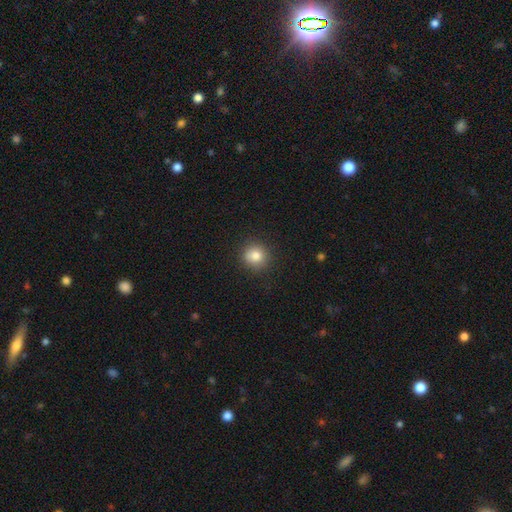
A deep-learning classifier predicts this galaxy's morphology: type=smooth (82%); roundness=round (91%); merging=none (90%).